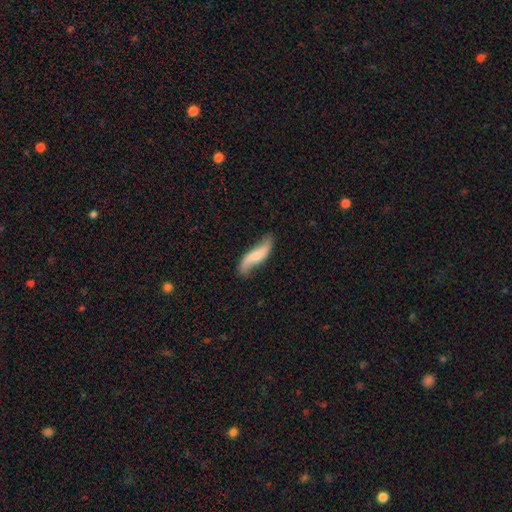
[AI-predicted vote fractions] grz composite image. It shows a featured or disk galaxy (54%). Merging: none (70%).